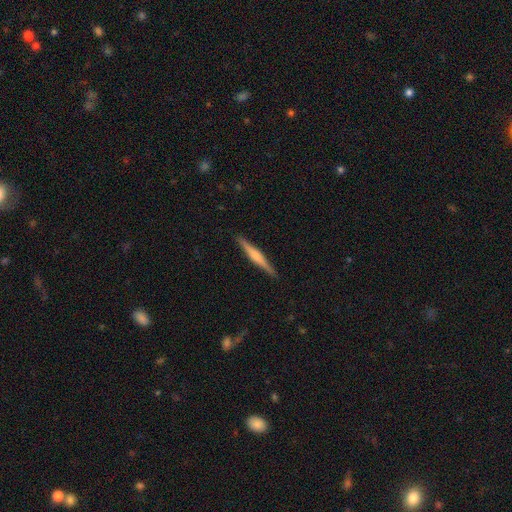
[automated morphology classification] This is likely a featured or disk galaxy (62%). It is clearly viewed edge-on (98%). Edge-on bulge: likely rounded (67%). Merging: clearly none (91%).